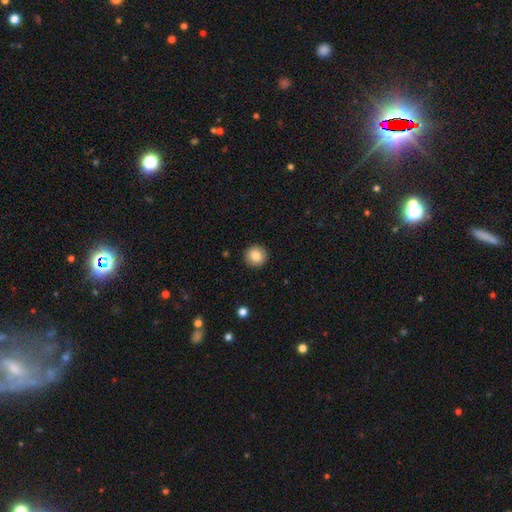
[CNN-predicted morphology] Smooth or featured?
  - smooth: 87% *
  - star or artifact: 9%
  - featured or disk: 5%
How rounded?
  - round: 93% *
  - in between: 6%
  - cigar-shaped: 1%
Merging?
  - none: 92% *
  - minor disturbance: 6%
  - major disturbance: 2%
  - merger: 1%